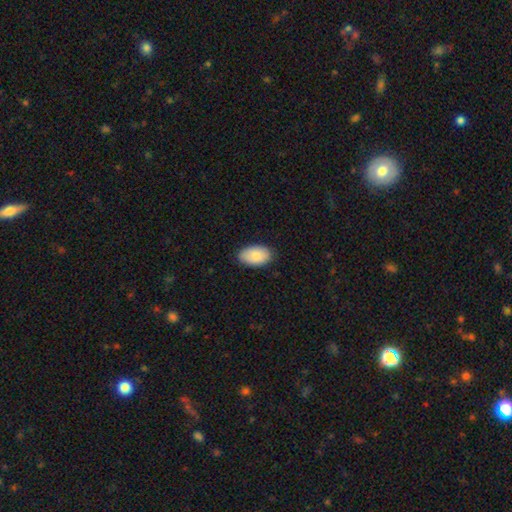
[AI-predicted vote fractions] Q: Smooth or featured?
A: smooth (85%); runner-up: featured or disk (9%)
Q: How rounded?
A: in between (94%); runner-up: round (5%)
Q: Merging?
A: none (85%); runner-up: minor disturbance (12%)